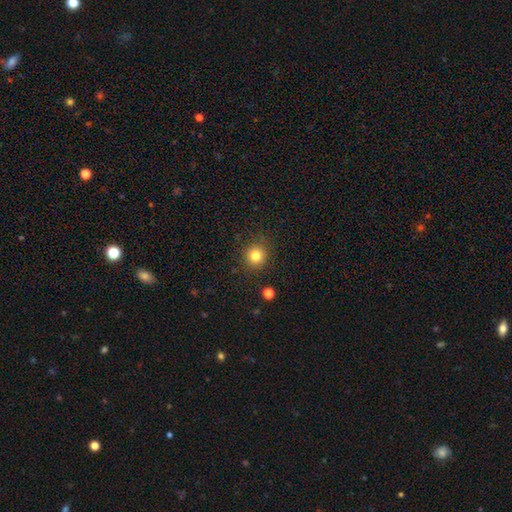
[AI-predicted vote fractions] The model was most divided on "smooth or featured": smooth: 82%, star or artifact: 12%, featured or disk: 6%. More confident: how rounded — round (90%); merging — none (86%).